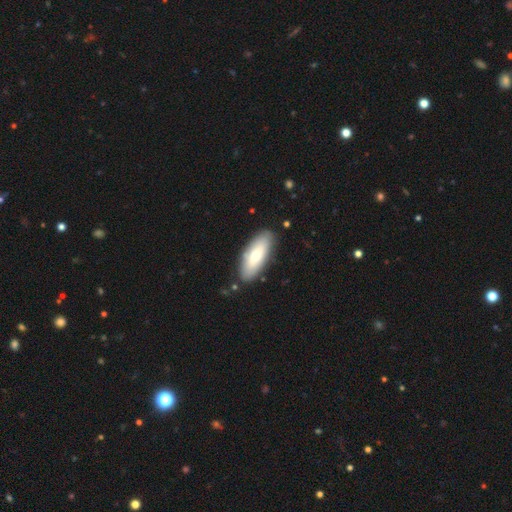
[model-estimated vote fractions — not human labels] This is likely a smooth galaxy (72%). How rounded: likely in between (72%). Merging: clearly none (84%).